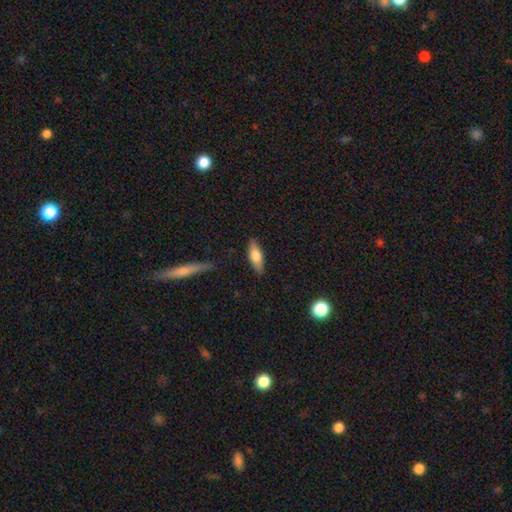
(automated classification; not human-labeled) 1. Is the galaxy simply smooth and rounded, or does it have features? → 70% smooth, 23% featured or disk, 6% star or artifact.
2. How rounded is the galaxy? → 62% in between, 35% cigar-shaped, 2% round.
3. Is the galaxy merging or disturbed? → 84% none, 12% minor disturbance, 3% major disturbance, 2% merger.